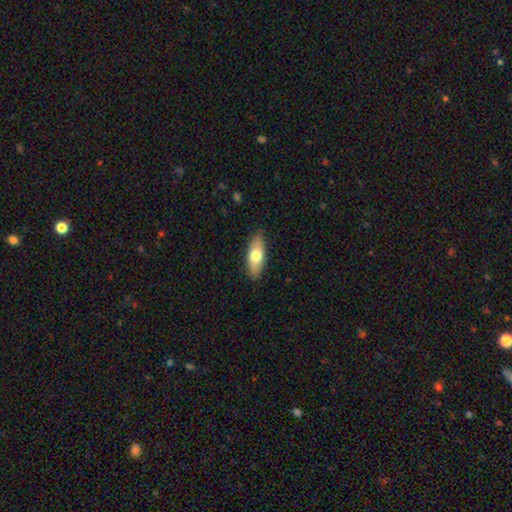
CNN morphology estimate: smooth 70%, featured or disk 24%, star or artifact 6%. Down the decision tree: how rounded — in between (73%); merging — none (86%).